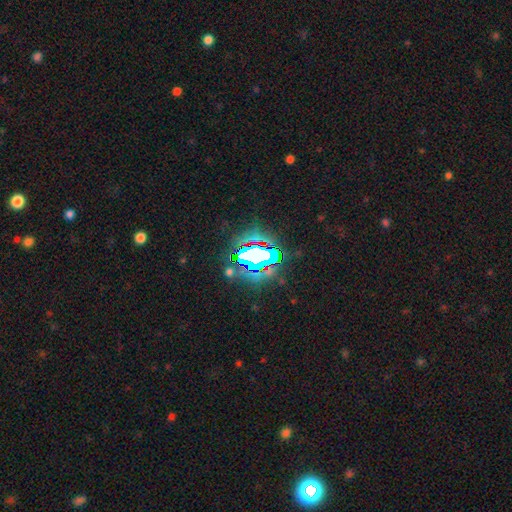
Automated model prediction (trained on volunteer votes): smooth_or_featured: star or artifact (p=0.66) [alt: smooth p=0.19]